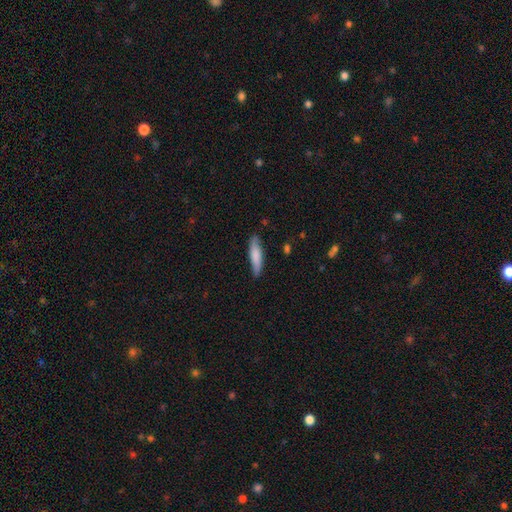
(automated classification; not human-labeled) Smooth or featured?
  - smooth: 77% *
  - featured or disk: 18%
  - star or artifact: 6%
How rounded?
  - cigar-shaped: 75% *
  - in between: 23%
  - round: 2%
Merging?
  - none: 79% *
  - minor disturbance: 17%
  - major disturbance: 3%
  - merger: 1%